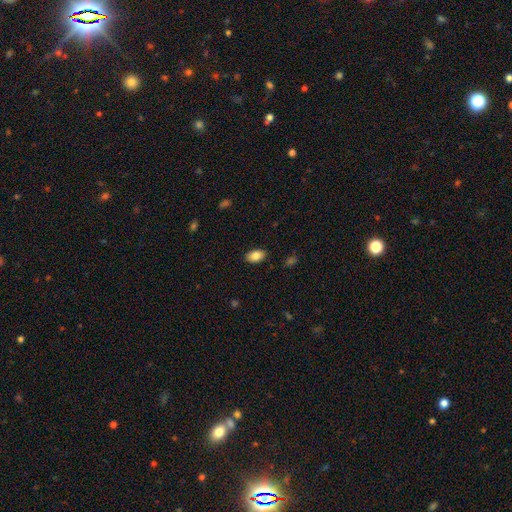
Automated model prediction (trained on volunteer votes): The model was most divided on "smooth or featured": smooth: 86%, star or artifact: 8%, featured or disk: 6%. More confident: how rounded — in between (91%); merging — none (88%).